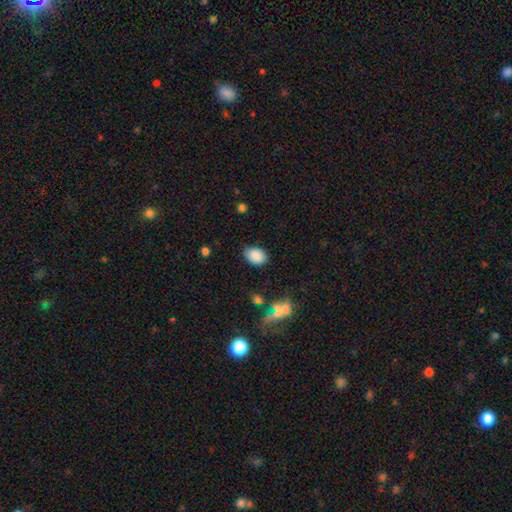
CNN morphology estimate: smooth_or_featured: smooth (p=0.87) [alt: star or artifact p=0.09]
how_rounded: in between (p=0.79) [alt: round p=0.20]
merging: none (p=0.80) [alt: minor disturbance p=0.14]